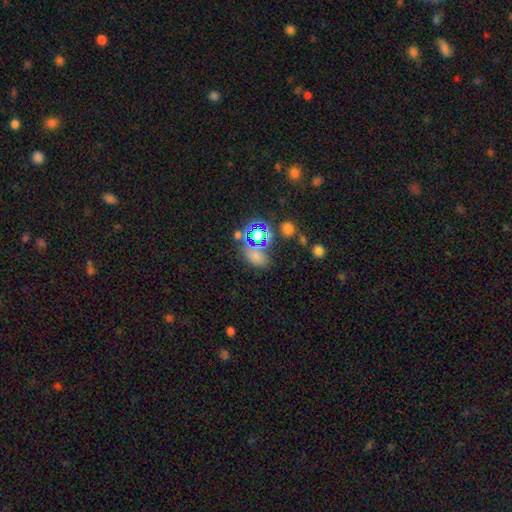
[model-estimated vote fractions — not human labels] Smooth or featured? Predicted: star or artifact (p=0.51).